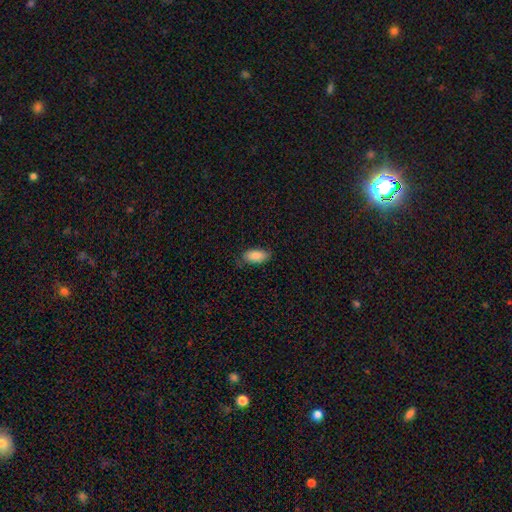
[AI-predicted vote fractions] Smooth or featured: smooth — 87% (featured or disk — 7%)
How rounded: in between — 92% (cigar-shaped — 5%)
Merging: none — 73% (minor disturbance — 22%)